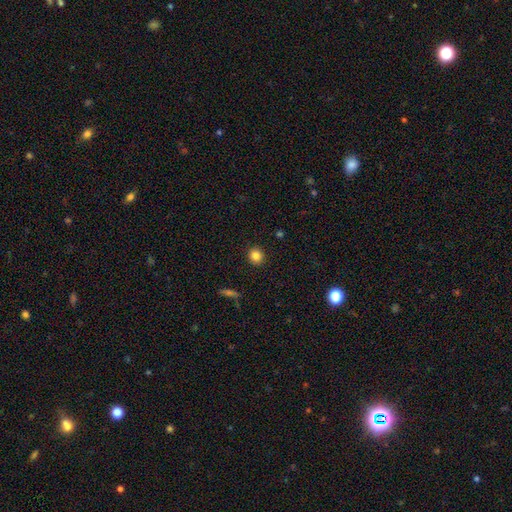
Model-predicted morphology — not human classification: type=smooth (83%); roundness=round (87%); merging=none (92%).